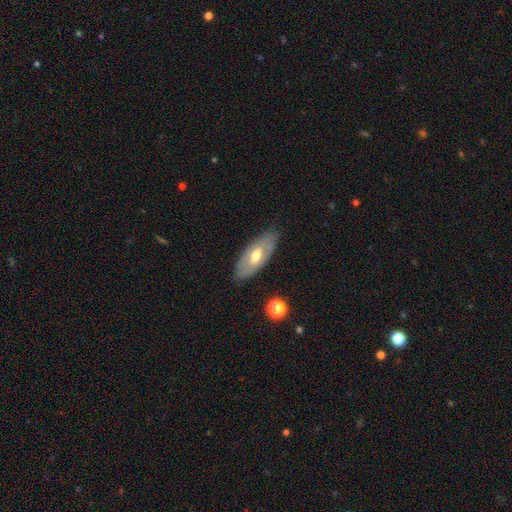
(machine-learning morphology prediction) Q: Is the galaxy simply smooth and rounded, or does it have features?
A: featured or disk — 48%.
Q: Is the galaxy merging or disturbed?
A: none — 81%.